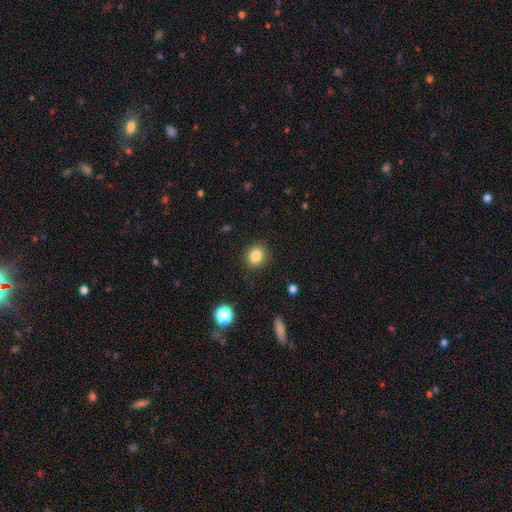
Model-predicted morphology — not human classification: Smooth or featured? smooth (84%)
How rounded? round (70%)
Merging? none (88%)